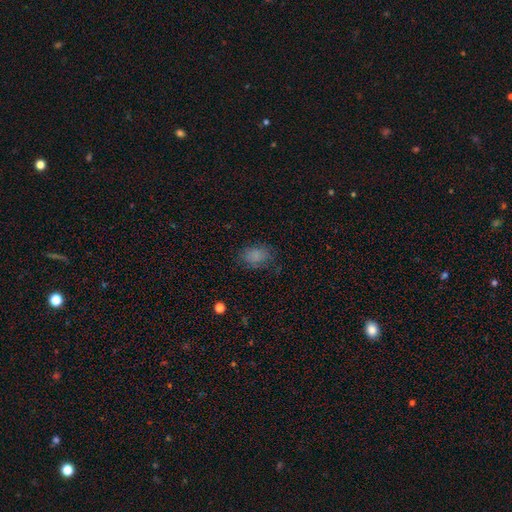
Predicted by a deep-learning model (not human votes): The model was most divided on "how rounded": in between: 74%, round: 24%, cigar-shaped: 1%. More confident: smooth or featured — smooth (79%); merging — none (71%).